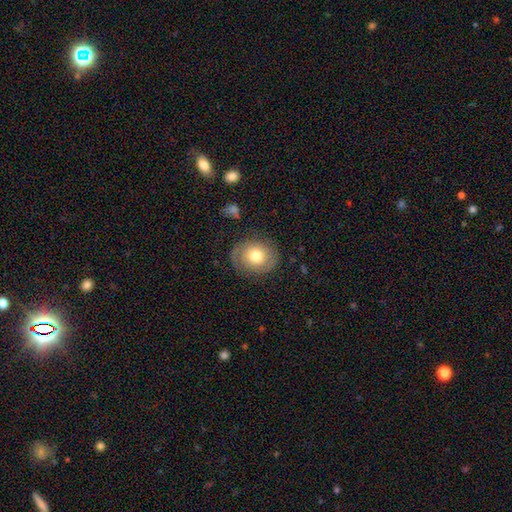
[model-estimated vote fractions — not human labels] A smooth galaxy with no disk features (49%).

Vote fractions:
- Smooth or featured? smooth: 49% / featured or disk: 43% / star or artifact: 8%
- Merging? none: 78% / minor disturbance: 14% / major disturbance: 6% / merger: 1%